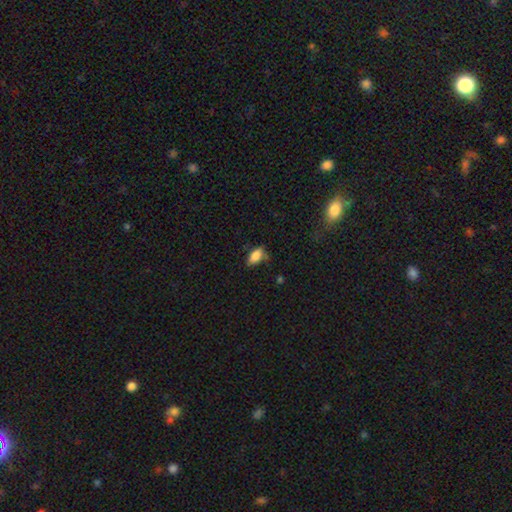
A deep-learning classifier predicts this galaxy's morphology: Overall: smooth (85%). How rounded: in between (89%). Merging: none (63%; minor disturbance 27%).